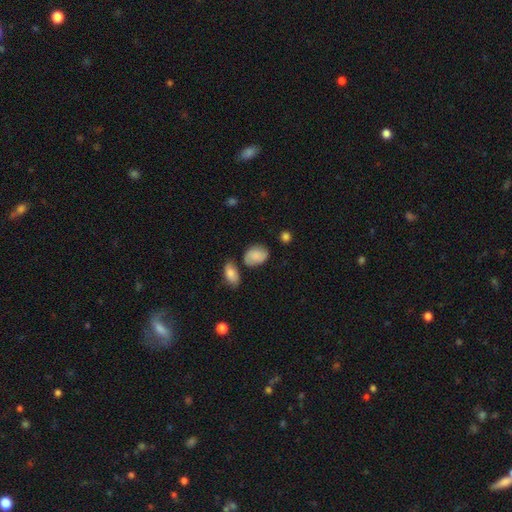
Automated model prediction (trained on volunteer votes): Morphology: type=smooth (78%); roundness=in between (74%); merging=none (65%).